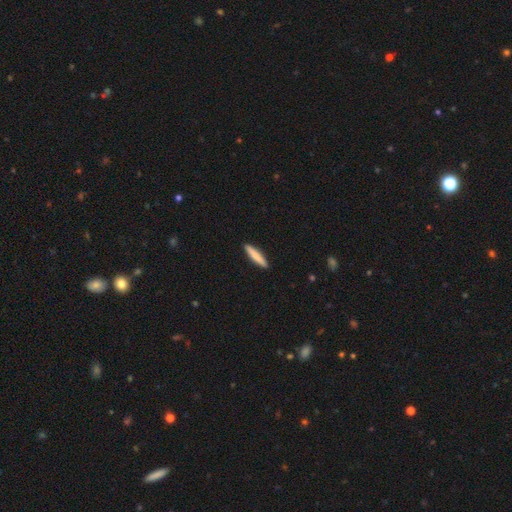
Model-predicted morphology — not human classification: This appears to be a smooth galaxy with no disk features (79%) that is cigar-shaped (91%). Merging: none (92%).